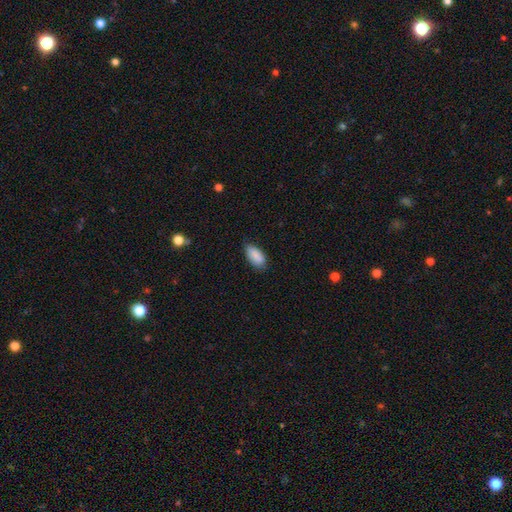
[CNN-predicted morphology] A smooth galaxy with no disk features (89%) that is in between round and cigar-shaped (91%). Merging: none (73%).